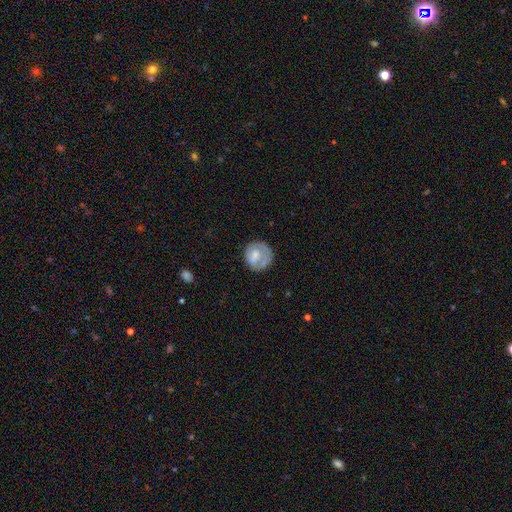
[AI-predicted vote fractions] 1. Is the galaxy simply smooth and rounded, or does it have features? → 60% smooth, 33% featured or disk, 7% star or artifact.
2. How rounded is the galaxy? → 84% round, 15% in between, 1% cigar-shaped.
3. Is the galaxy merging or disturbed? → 60% none, 23% minor disturbance, 14% major disturbance, 2% merger.